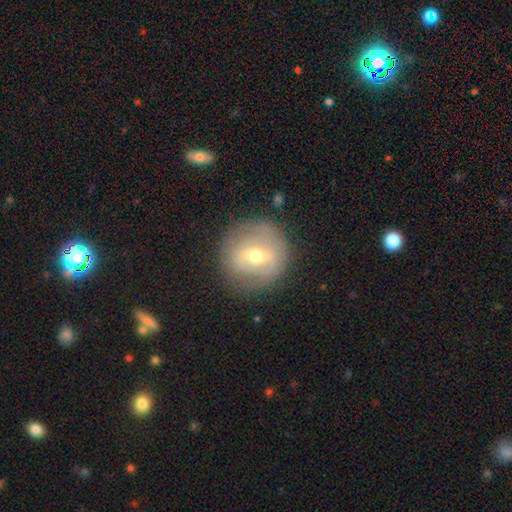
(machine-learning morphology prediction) Q: Smooth or featured?
A: featured or disk (51%); runner-up: smooth (41%)
Q: Edge-on disk?
A: no (92%); runner-up: yes (8%)
Q: Merging?
A: none (82%); runner-up: minor disturbance (12%)